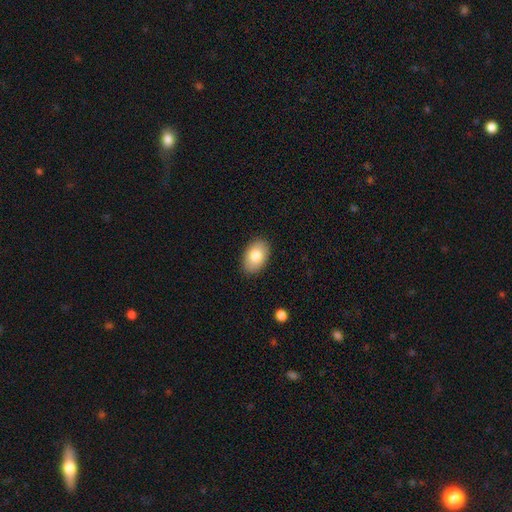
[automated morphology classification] smooth-or-featured: smooth: 81% | featured or disk: 12% | star or artifact: 7%
  how-rounded: in between: 91% | round: 7% | cigar-shaped: 1%
  merging: none: 89% | minor disturbance: 8% | major disturbance: 2% | merger: 1%